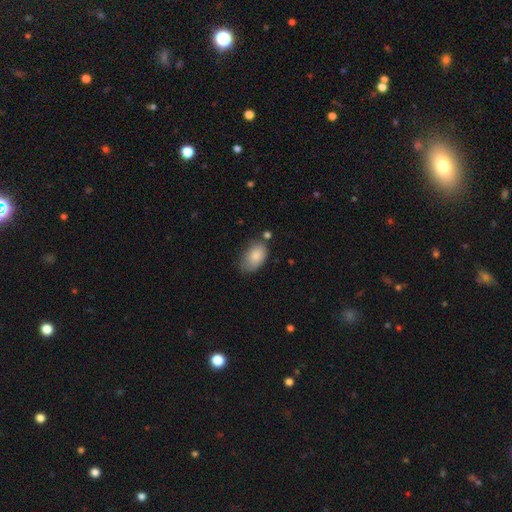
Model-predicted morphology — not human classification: smooth 85%, featured or disk 8%, star or artifact 7%. Down the decision tree: how rounded — in between (92%); merging — none (59%).